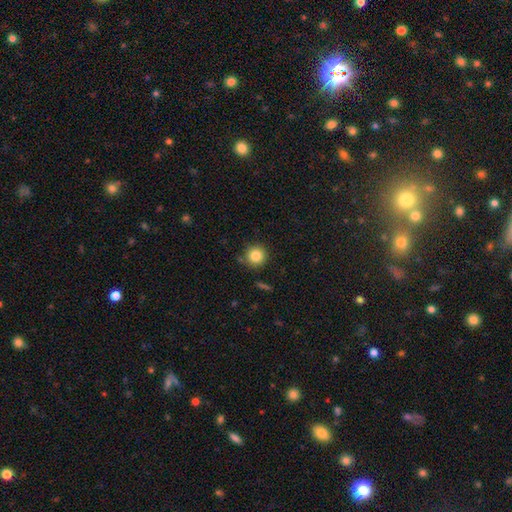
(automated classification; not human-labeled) A smooth galaxy with no disk features (84%) that is round (94%). Merging: none (83%).